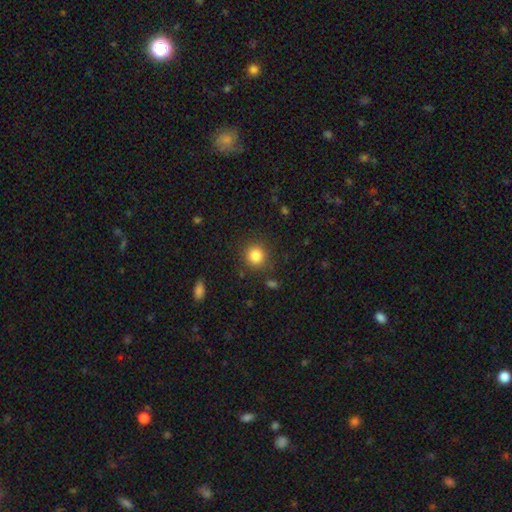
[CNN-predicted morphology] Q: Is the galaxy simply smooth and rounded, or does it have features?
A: smooth — 84%.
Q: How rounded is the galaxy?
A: round — 91%.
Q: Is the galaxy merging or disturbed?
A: none — 87%.